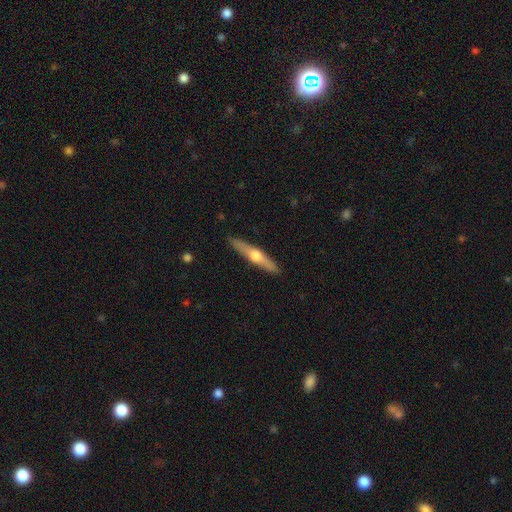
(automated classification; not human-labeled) smooth_or_featured: featured or disk (p=0.61) [alt: smooth p=0.33]
disk_edge_on: yes (p=0.95) [alt: no p=0.05]
edge_on_bulge: rounded (p=0.93) [alt: none p=0.04]
merging: none (p=0.91) [alt: minor disturbance p=0.06]